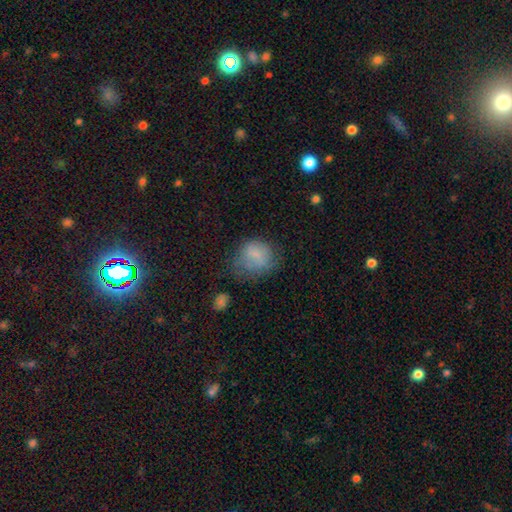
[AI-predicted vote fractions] Overall: smooth (73%). How rounded: round (67%; in between 32%). Merging: none (44%; minor disturbance 29%).